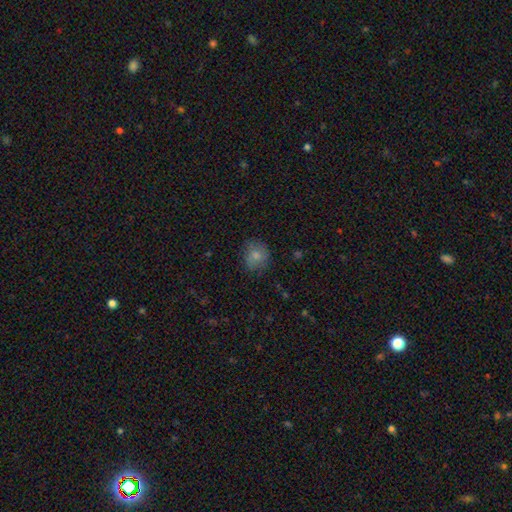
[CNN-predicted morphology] Smooth or featured: smooth — 78% (featured or disk — 13%)
How rounded: round — 77% (in between — 22%)
Merging: none — 75% (minor disturbance — 18%)